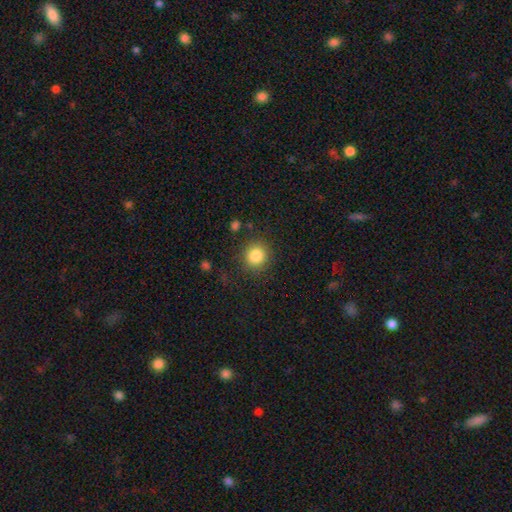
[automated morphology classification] Smooth or featured: smooth — 84% (star or artifact — 10%)
How rounded: round — 90% (in between — 9%)
Merging: none — 85% (minor disturbance — 9%)